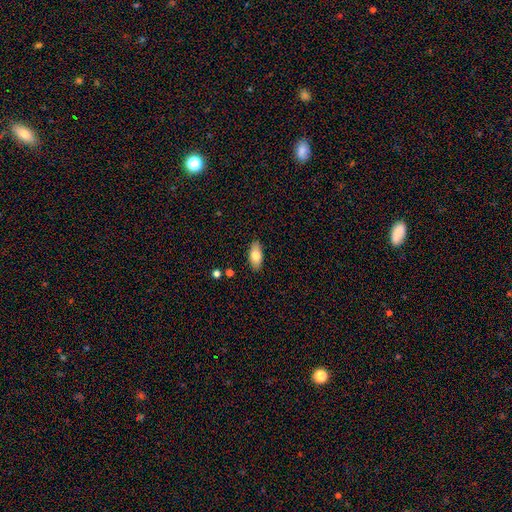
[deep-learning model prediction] Smooth or featured: smooth — 76% (featured or disk — 17%)
How rounded: in between — 88% (cigar-shaped — 9%)
Merging: none — 88% (minor disturbance — 9%)